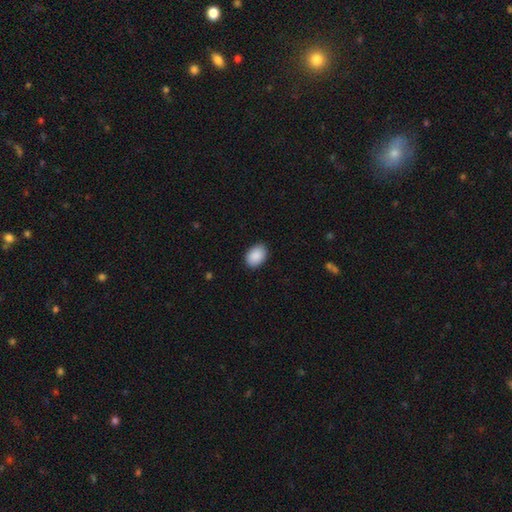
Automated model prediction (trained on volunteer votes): smooth_or_featured: smooth (p=0.91) [alt: star or artifact p=0.07]
how_rounded: in between (p=0.82) [alt: round p=0.17]
merging: none (p=0.87) [alt: minor disturbance p=0.10]